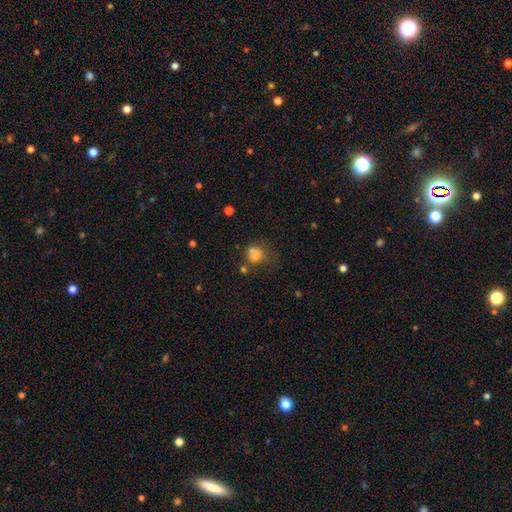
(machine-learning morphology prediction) Q: Smooth or featured?
A: smooth (67%); runner-up: star or artifact (20%)
Q: How rounded?
A: round (69%); runner-up: in between (30%)
Q: Merging?
A: none (41%); runner-up: merger (26%)